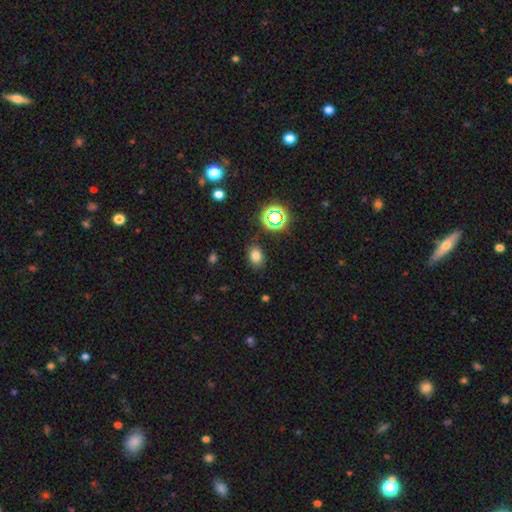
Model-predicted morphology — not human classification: This is likely a smooth galaxy (74%). How rounded: likely in between (71%). Merging: clearly none (84%).